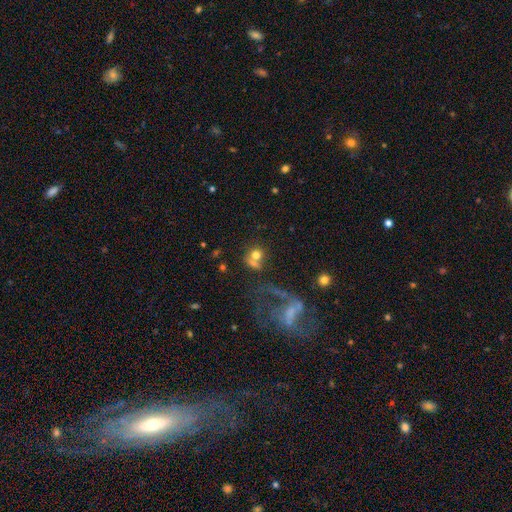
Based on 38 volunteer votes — This is likely a smooth galaxy (74%). How rounded: clearly round (82%). Merging: likely none (61%).